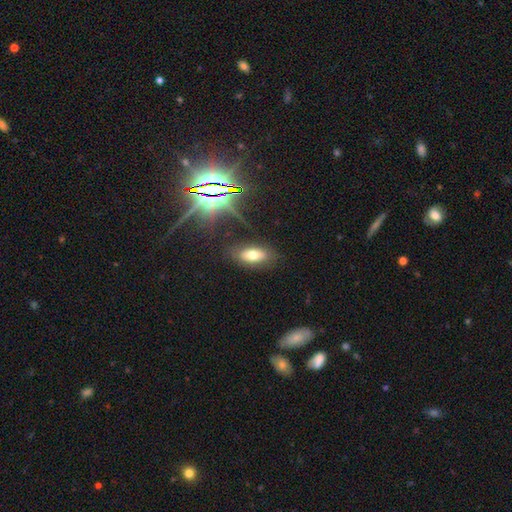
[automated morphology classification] Smooth or featured: smooth — 50% (star or artifact — 31%)
How rounded: in between — 89% (cigar-shaped — 7%)
Merging: none — 83% (minor disturbance — 11%)